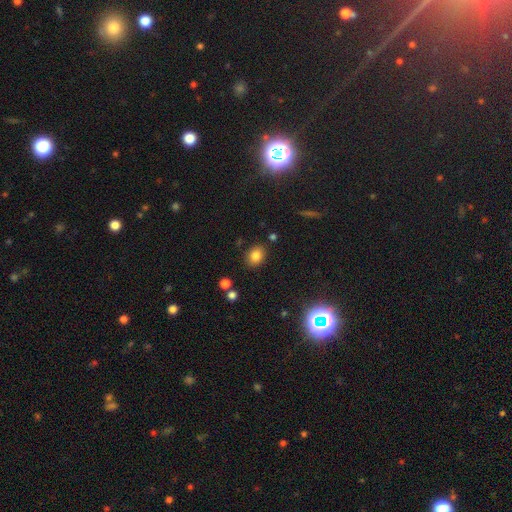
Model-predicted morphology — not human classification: Smooth or featured? smooth (81%)
How rounded? in between (55%)
Merging? none (83%)